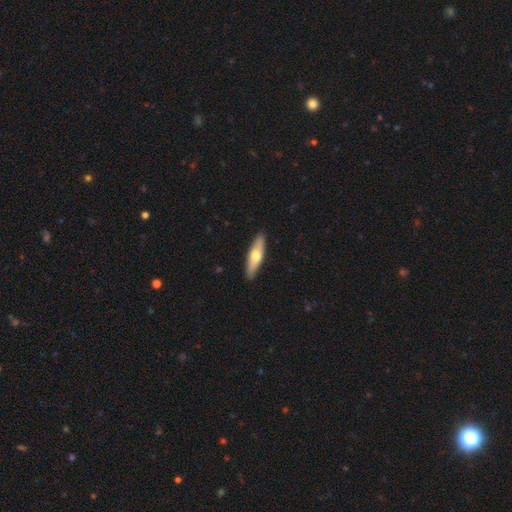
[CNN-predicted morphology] A smooth galaxy with no disk features (55%) that is cigar-shaped (65%).

Vote fractions:
- Smooth or featured? smooth: 55% / featured or disk: 40% / star or artifact: 5%
- How rounded? cigar-shaped: 65% / in between: 33% / round: 2%
- Merging? none: 90% / minor disturbance: 7% / major disturbance: 1% / merger: 1%